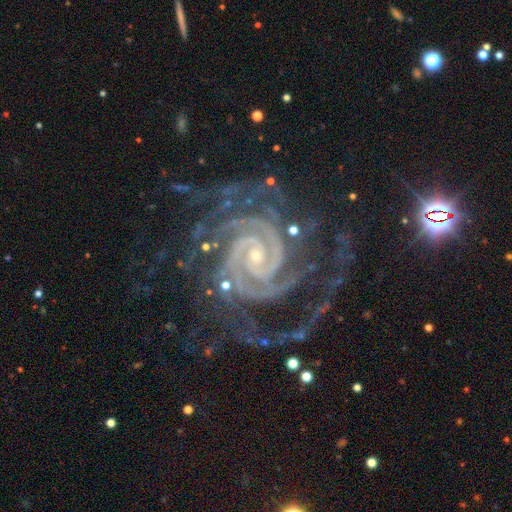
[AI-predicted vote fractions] This appears to be a featured or disk galaxy (93%) with no bar (45%), 2 (43%) tight (79%) spiral arms (99%) and a small central bulge (79%). Merging: none (62%).